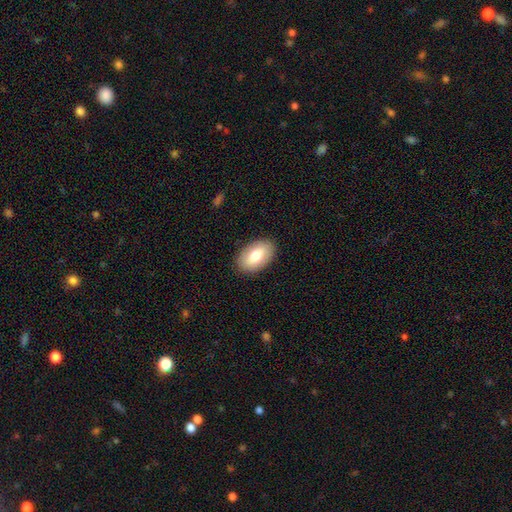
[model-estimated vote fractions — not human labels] The model was most divided on "smooth or featured": smooth: 75%, featured or disk: 19%, star or artifact: 6%. More confident: how rounded — in between (93%); merging — none (88%).